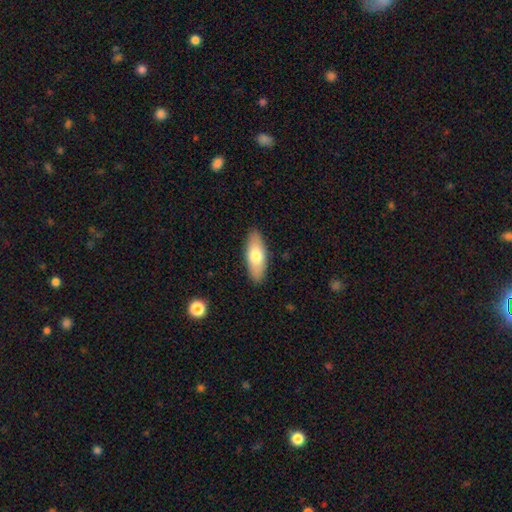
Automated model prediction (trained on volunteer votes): A smooth galaxy with no disk features (71%) that is in between round and cigar-shaped (77%). Merging: none (88%).